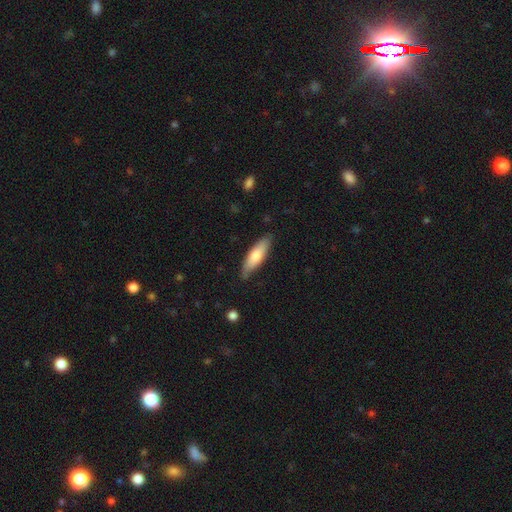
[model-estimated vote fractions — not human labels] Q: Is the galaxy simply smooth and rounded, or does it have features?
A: smooth — 71%.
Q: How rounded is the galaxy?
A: cigar-shaped — 55%.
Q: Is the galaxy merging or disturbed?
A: none — 80%.